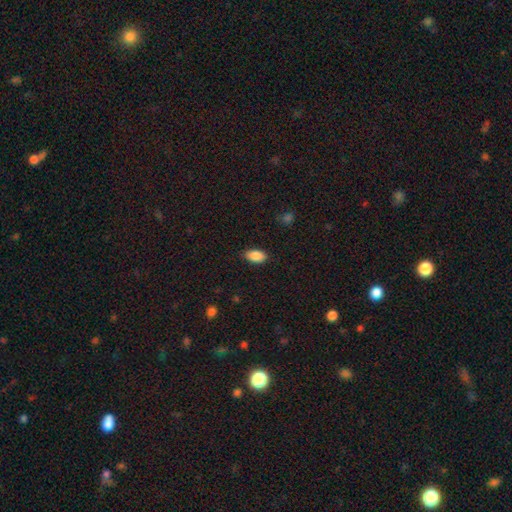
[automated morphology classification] smooth 88%, star or artifact 7%, featured or disk 5%. Down the decision tree: how rounded — in between (93%); merging — none (84%).